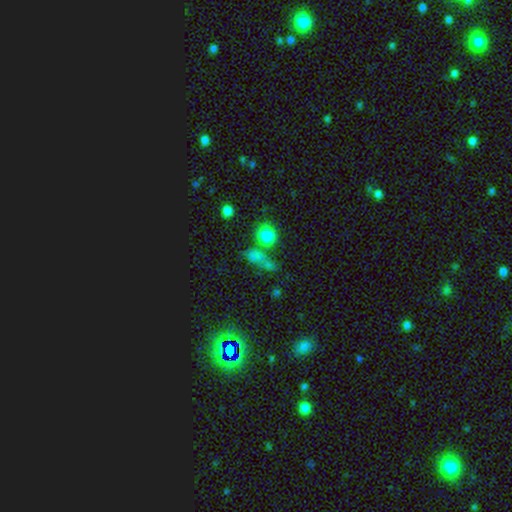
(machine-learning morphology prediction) type=smooth (60%); roundness=round (56%); merging=none (50%).